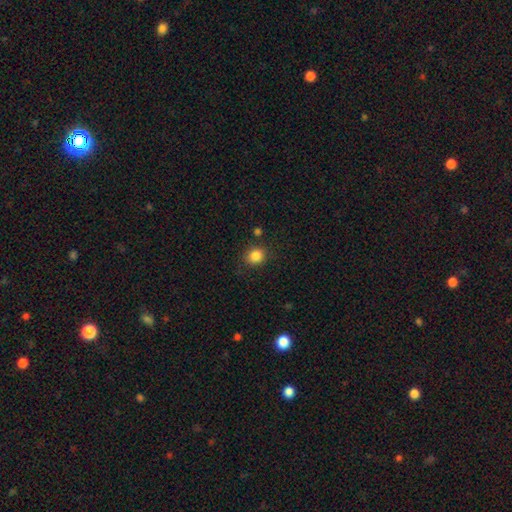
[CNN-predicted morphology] This is clearly a smooth galaxy (85%). How rounded: likely round (79%). Merging: clearly none (84%).